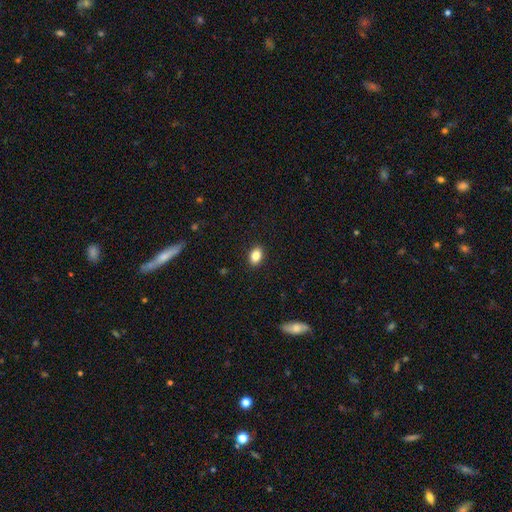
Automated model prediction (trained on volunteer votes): Smooth or featured?
  - smooth: 85% *
  - star or artifact: 9%
  - featured or disk: 6%
How rounded?
  - in between: 84% *
  - round: 15%
  - cigar-shaped: 2%
Merging?
  - none: 90% *
  - minor disturbance: 7%
  - major disturbance: 2%
  - merger: 1%